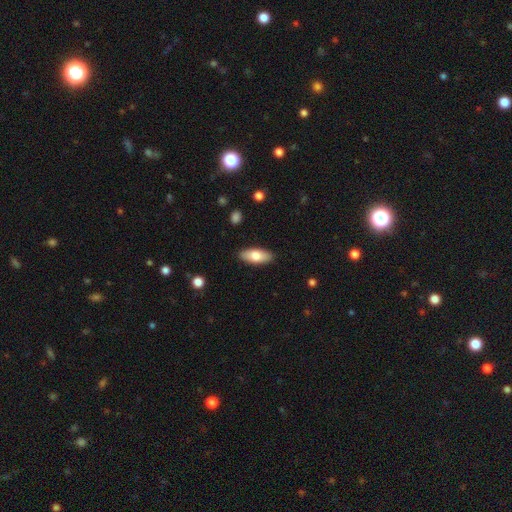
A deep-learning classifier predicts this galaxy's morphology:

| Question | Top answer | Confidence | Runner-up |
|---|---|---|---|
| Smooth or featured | smooth | 76% | featured or disk (18%) |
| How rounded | in between | 80% | cigar-shaped (18%) |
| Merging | none | 89% | minor disturbance (8%) |